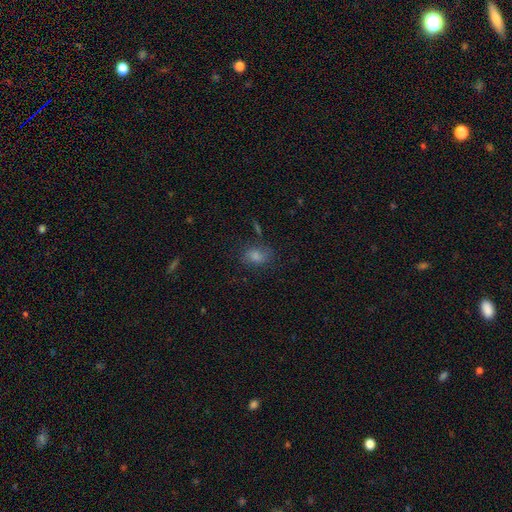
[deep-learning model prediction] smooth 64%, star or artifact 23%, featured or disk 13%. Down the decision tree: how rounded — in between (67%); merging — none (74%).